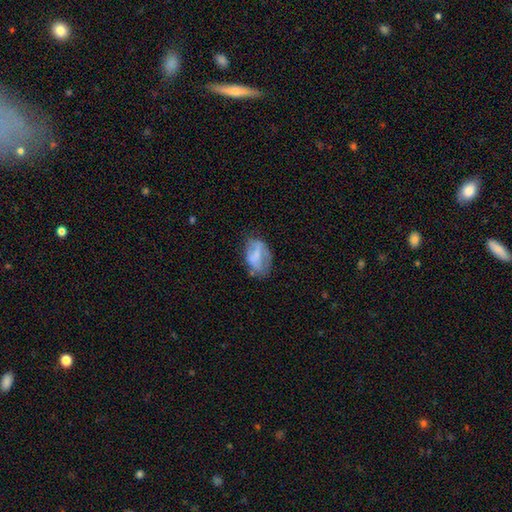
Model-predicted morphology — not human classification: smooth_or_featured: smooth (p=0.52) [alt: featured or disk p=0.40]
how_rounded: in between (p=0.86) [alt: round p=0.12]
merging: none (p=0.50) [alt: minor disturbance p=0.30]